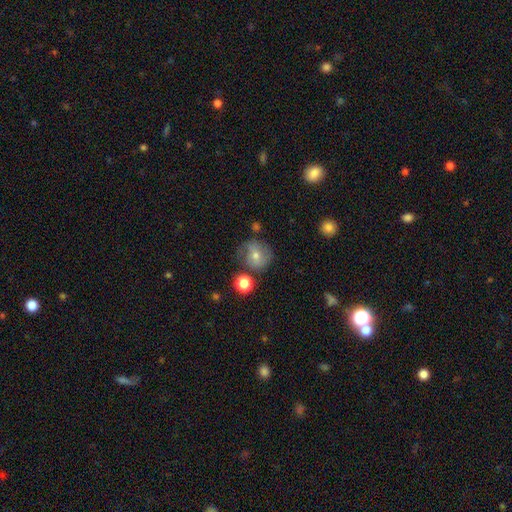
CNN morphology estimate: smooth-or-featured: smooth: 48% | featured or disk: 39% | star or artifact: 12%
  merging: none: 65% | minor disturbance: 20% | major disturbance: 9% | merger: 6%